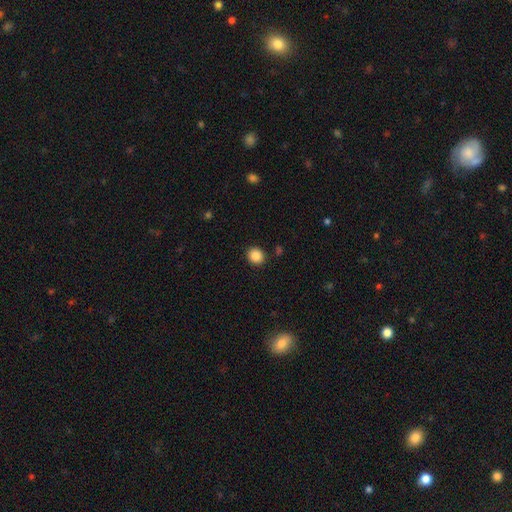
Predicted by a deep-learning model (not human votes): Morphology: type=smooth (86%); roundness=round (80%); merging=none (90%).